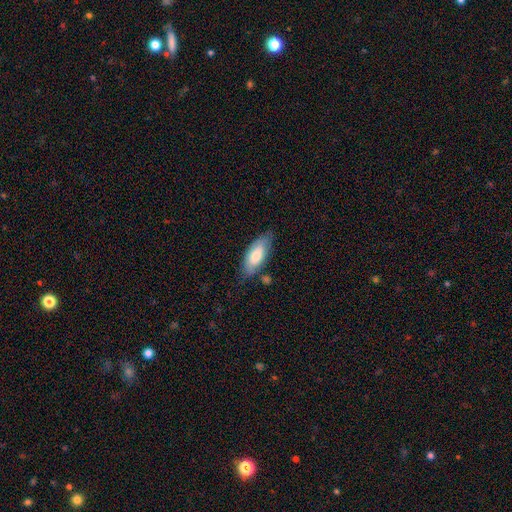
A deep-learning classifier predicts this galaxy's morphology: The model was most divided on "smooth or featured": smooth: 70%, featured or disk: 23%, star or artifact: 6%. More confident: how rounded — in between (80%); merging — none (69%).